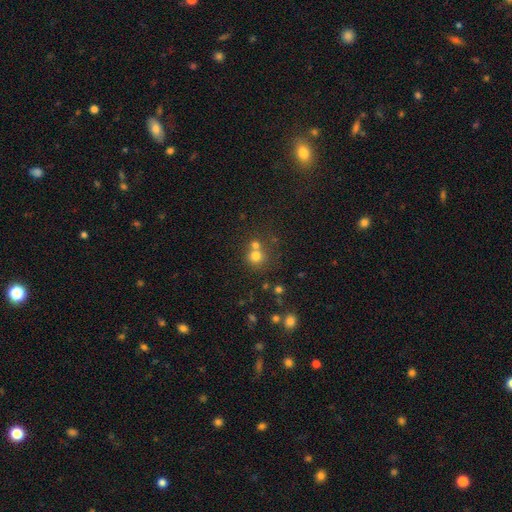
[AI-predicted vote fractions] Smooth or featured? Predicted: smooth (p=0.73). How rounded? Predicted: round (p=0.89). Merging? Predicted: none (p=0.54).